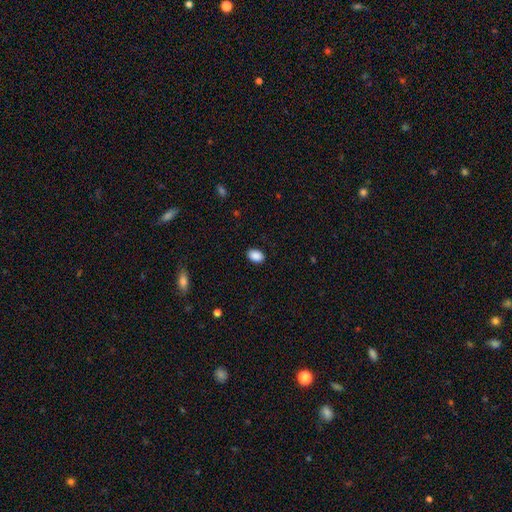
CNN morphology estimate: The model was most divided on "how rounded": in between: 85%, round: 14%, cigar-shaped: 1%. More confident: smooth or featured — smooth (90%); merging — none (89%).